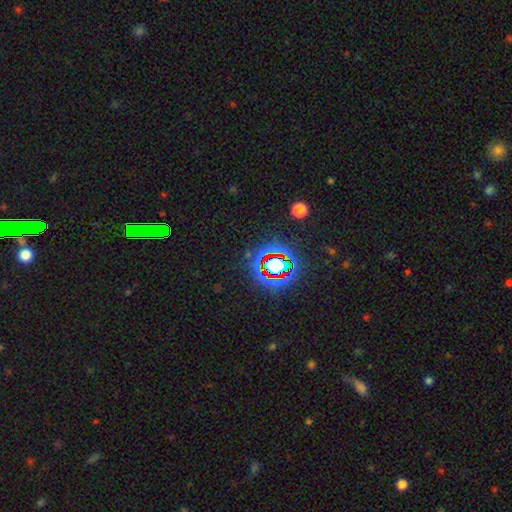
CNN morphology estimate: smooth-or-featured: star or artifact: 70% | smooth: 15% | featured or disk: 14%